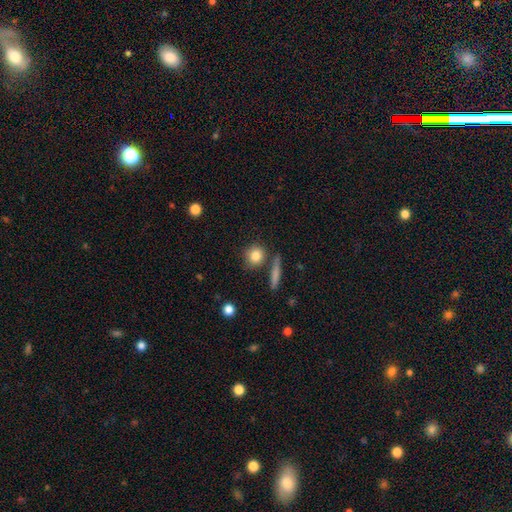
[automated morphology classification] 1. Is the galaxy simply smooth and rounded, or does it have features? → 83% smooth, 8% featured or disk, 8% star or artifact.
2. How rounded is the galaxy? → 83% round, 14% in between, 4% cigar-shaped.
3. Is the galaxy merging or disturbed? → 77% none, 10% minor disturbance, 10% merger, 3% major disturbance.